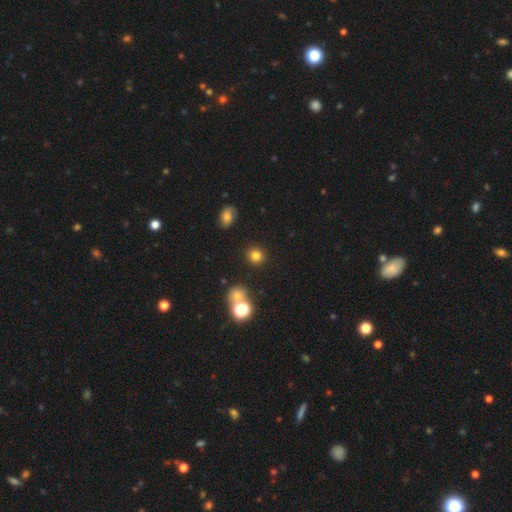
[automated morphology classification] Smooth or featured?
  - smooth: 79% *
  - star or artifact: 15%
  - featured or disk: 6%
How rounded?
  - round: 89% *
  - in between: 10%
  - cigar-shaped: 1%
Merging?
  - none: 88% *
  - minor disturbance: 6%
  - merger: 3%
  - major disturbance: 3%